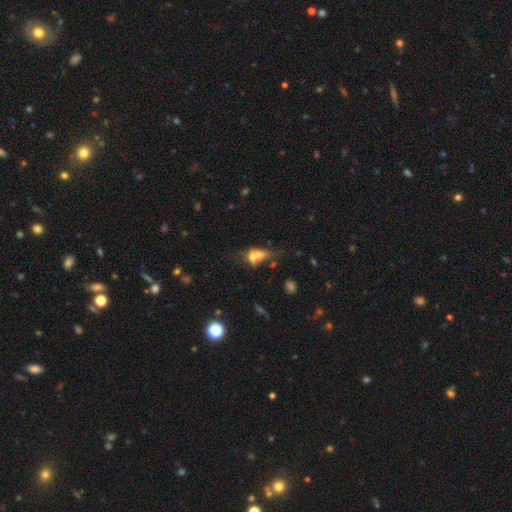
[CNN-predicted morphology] smooth-or-featured: smooth: 56% | featured or disk: 30% | star or artifact: 14%
  how-rounded: in between: 60% | round: 28% | cigar-shaped: 12%
  merging: merger: 61% | none: 21% | minor disturbance: 9% | major disturbance: 9%